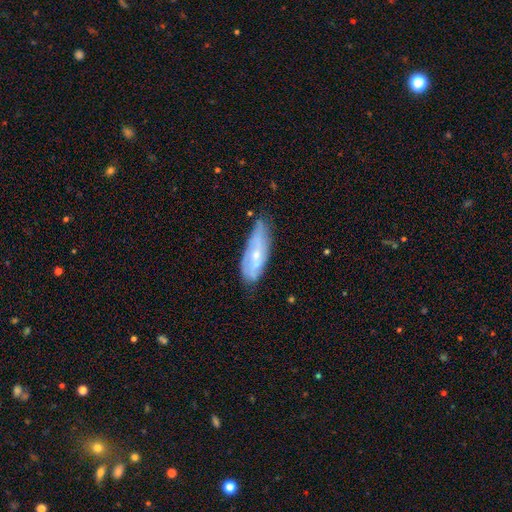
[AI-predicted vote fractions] smooth_or_featured: featured or disk (p=0.60) [alt: smooth p=0.33]
disk_edge_on: no (p=0.81) [alt: yes p=0.19]
merging: none (p=0.57) [alt: minor disturbance p=0.32]